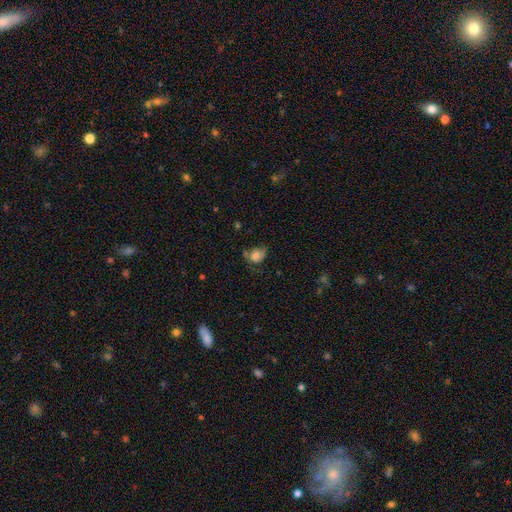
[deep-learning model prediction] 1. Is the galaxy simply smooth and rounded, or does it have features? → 67% smooth, 22% featured or disk, 11% star or artifact.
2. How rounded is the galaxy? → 50% in between, 49% round, 1% cigar-shaped.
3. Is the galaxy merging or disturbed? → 37% none, 33% minor disturbance, 24% major disturbance, 6% merger.